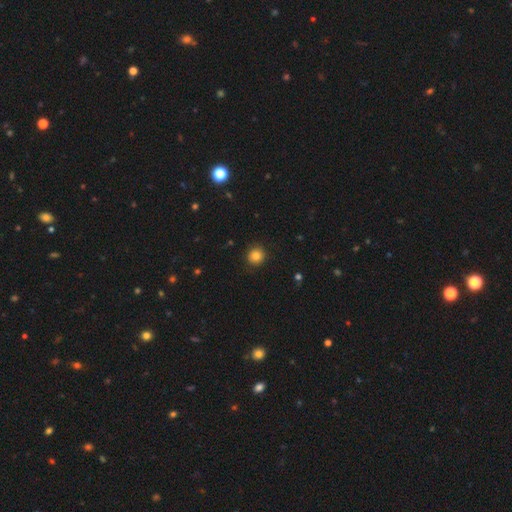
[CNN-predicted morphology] Smooth or featured?
  - smooth: 83% *
  - star or artifact: 12%
  - featured or disk: 5%
How rounded?
  - round: 93% *
  - in between: 6%
  - cigar-shaped: 1%
Merging?
  - none: 91% *
  - minor disturbance: 6%
  - major disturbance: 2%
  - merger: 1%